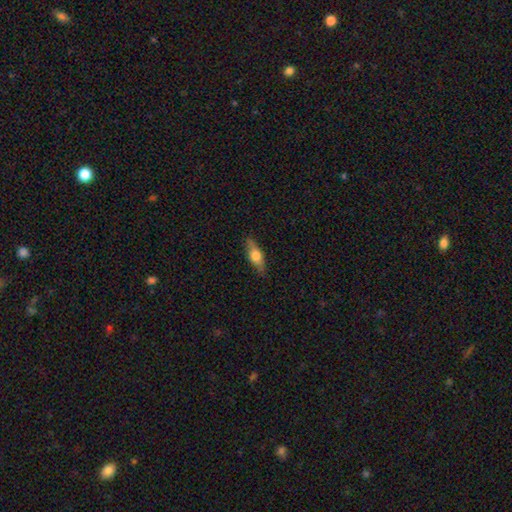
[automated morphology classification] This is possibly a smooth galaxy (53%). How rounded: possibly in between (55%). Merging: clearly none (84%).